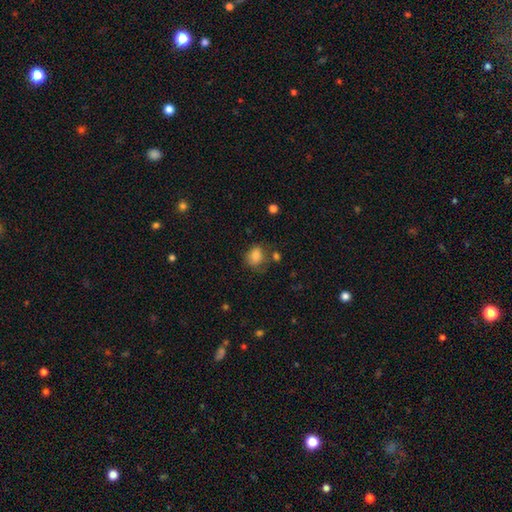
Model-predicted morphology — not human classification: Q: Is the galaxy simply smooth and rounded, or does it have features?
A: smooth — 83%.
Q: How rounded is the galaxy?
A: in between — 50%.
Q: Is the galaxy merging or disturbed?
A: none — 57%.